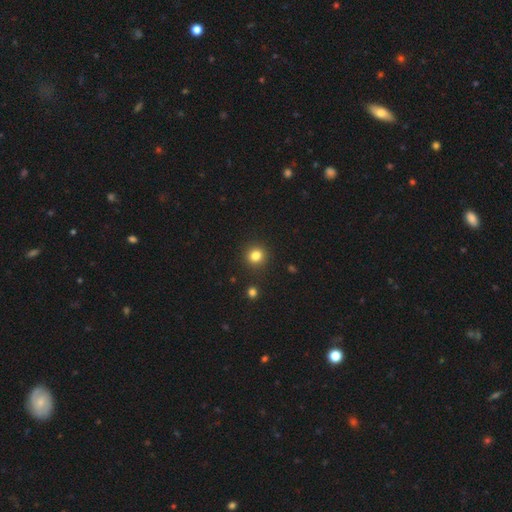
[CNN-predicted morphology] A smooth galaxy with no disk features (82%) that is round (91%).

Vote fractions:
- Smooth or featured? smooth: 82% / star or artifact: 13% / featured or disk: 5%
- How rounded? round: 91% / in between: 8% / cigar-shaped: 1%
- Merging? none: 91% / minor disturbance: 6% / major disturbance: 2% / merger: 2%